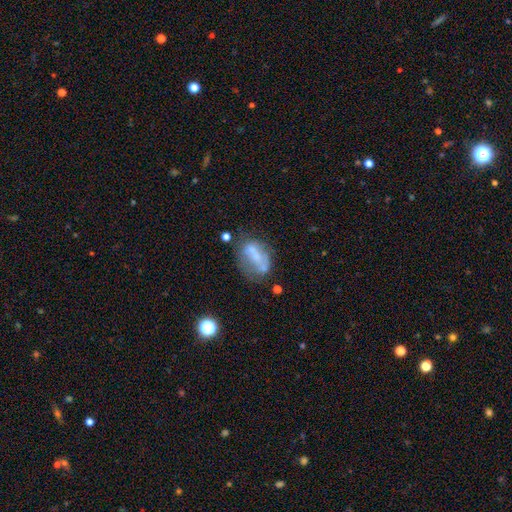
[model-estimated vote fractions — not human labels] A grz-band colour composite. It shows a featured or disk galaxy (45%). Merging: none (37%).